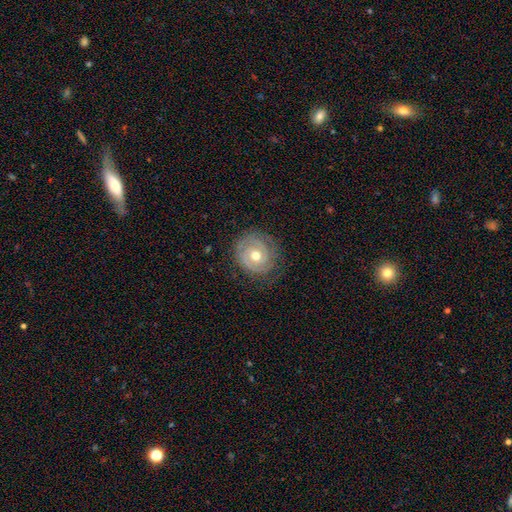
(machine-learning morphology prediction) Smooth or featured? featured or disk (81%)
Edge-on disk? no (97%)
Bar? no (71%)
Spiral arms? yes (92%)
Spiral winding? tight (77%)
Spiral arm count? 2 (60%)
Bulge size? moderate (76%)
Merging? none (79%)